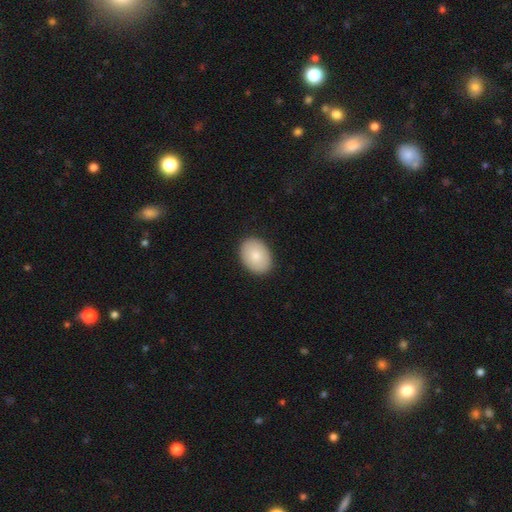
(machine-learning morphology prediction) Smooth or featured: smooth — 83% (featured or disk — 11%)
How rounded: in between — 78% (round — 21%)
Merging: none — 89% (minor disturbance — 8%)